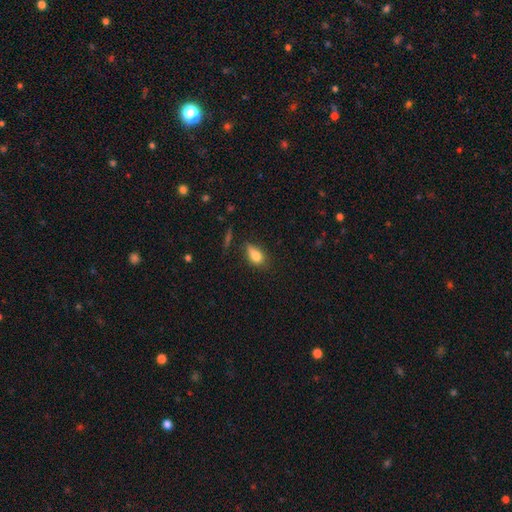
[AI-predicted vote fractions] Smooth or featured?
  - smooth: 79% *
  - featured or disk: 12%
  - star or artifact: 10%
How rounded?
  - in between: 81% *
  - round: 13%
  - cigar-shaped: 6%
Merging?
  - none: 55% *
  - minor disturbance: 30%
  - major disturbance: 10%
  - merger: 4%